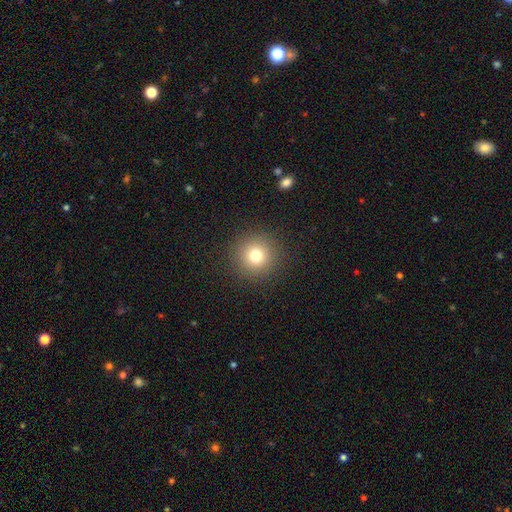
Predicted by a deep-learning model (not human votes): smooth 77%, star or artifact 14%, featured or disk 9%. Down the decision tree: how rounded — round (95%); merging — none (91%).